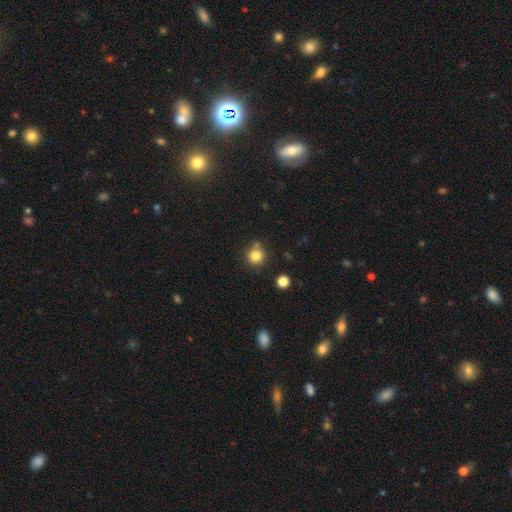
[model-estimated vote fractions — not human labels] smooth-or-featured: smooth: 82% | star or artifact: 12% | featured or disk: 6%
  how-rounded: round: 93% | in between: 6% | cigar-shaped: 1%
  merging: none: 78% | minor disturbance: 10% | merger: 9% | major disturbance: 3%